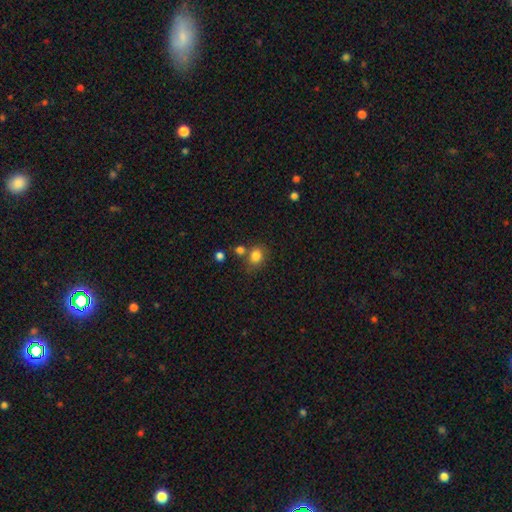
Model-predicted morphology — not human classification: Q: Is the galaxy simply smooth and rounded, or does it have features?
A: smooth — 82%.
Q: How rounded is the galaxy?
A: round — 61%.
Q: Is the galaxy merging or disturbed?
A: none — 64%.